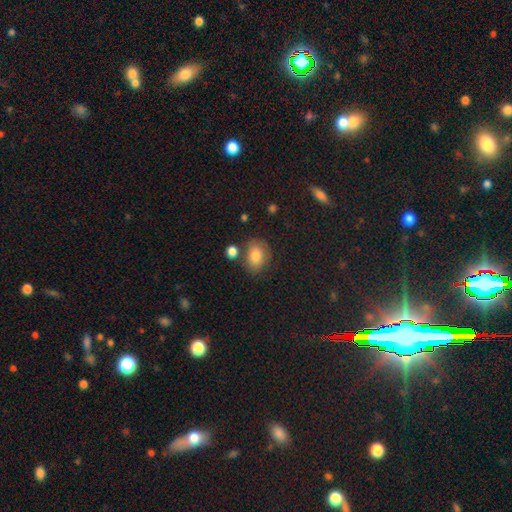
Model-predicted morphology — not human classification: The model was most divided on "how rounded": in between: 64%, round: 35%, cigar-shaped: 1%. More confident: smooth or featured — smooth (81%); merging — none (72%).